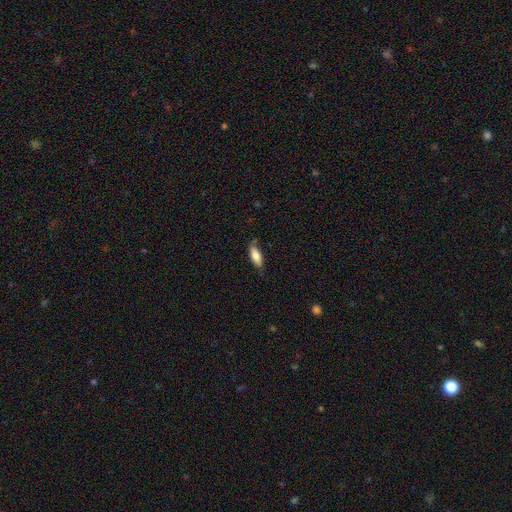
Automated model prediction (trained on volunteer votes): Smooth or featured: smooth — 80% (featured or disk — 13%)
How rounded: in between — 71% (cigar-shaped — 27%)
Merging: none — 70% (minor disturbance — 24%)